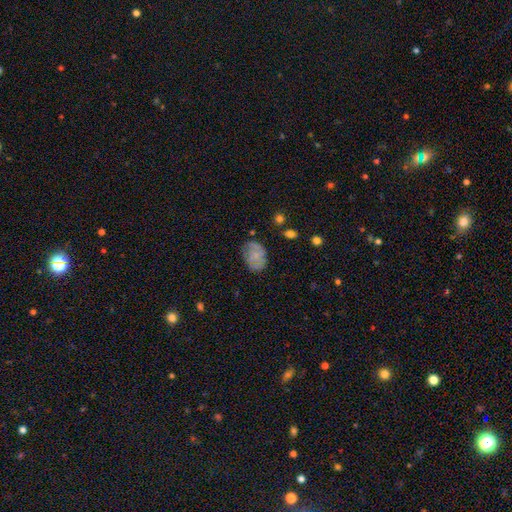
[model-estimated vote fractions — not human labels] This appears to be a featured or disk galaxy (46%). Merging: none (69%).